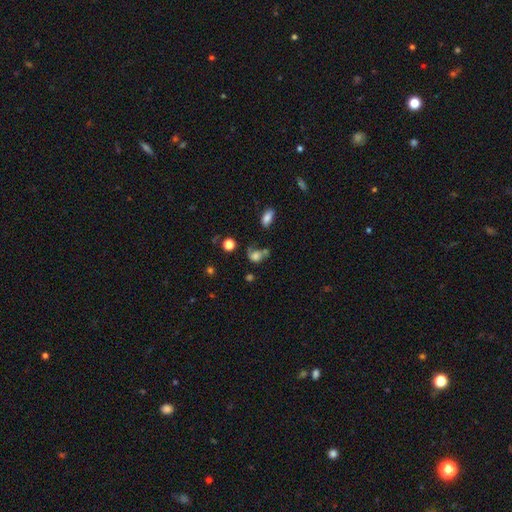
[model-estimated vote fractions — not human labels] A smooth galaxy with no disk features (63%) that is in between round and cigar-shaped (51%). Merging: none (34%).